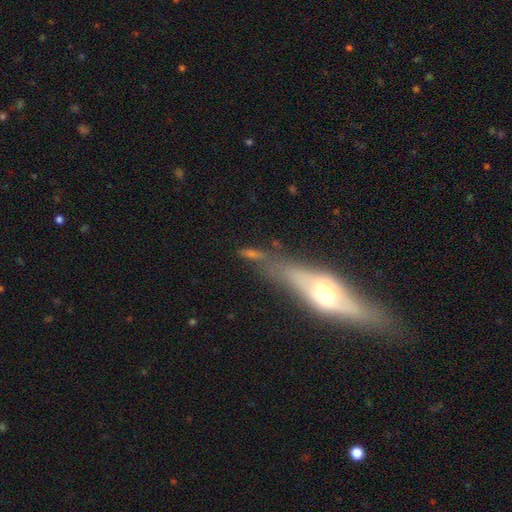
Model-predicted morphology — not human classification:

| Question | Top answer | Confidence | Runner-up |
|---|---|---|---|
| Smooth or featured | featured or disk | 51% | smooth (34%) |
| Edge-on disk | yes | 72% | no (28%) |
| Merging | none | 56% | minor disturbance (18%) |